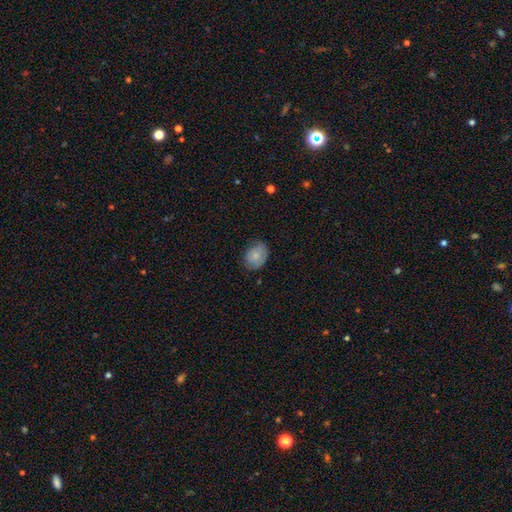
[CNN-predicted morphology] Smooth or featured?
  - smooth: 75% *
  - featured or disk: 18%
  - star or artifact: 7%
How rounded?
  - in between: 70% *
  - round: 30%
  - cigar-shaped: 1%
Merging?
  - none: 74% *
  - minor disturbance: 21%
  - major disturbance: 4%
  - merger: 1%